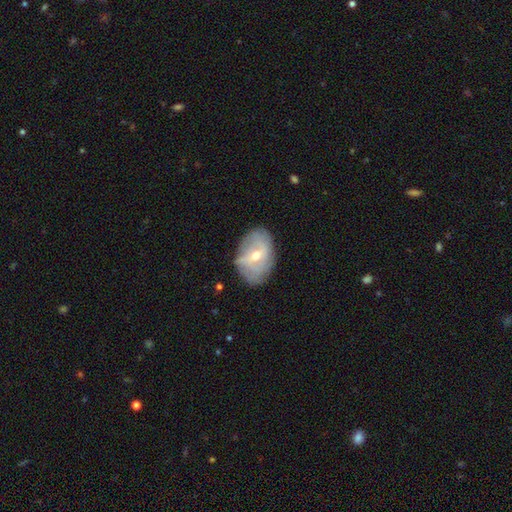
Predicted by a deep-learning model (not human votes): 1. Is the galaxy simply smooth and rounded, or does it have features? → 62% featured or disk, 30% smooth, 8% star or artifact.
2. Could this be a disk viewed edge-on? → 93% no, 7% yes.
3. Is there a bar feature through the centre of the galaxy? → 49% weak, 31% no, 21% strong.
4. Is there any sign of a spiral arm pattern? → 58% yes, 42% no.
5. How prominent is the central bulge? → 53% moderate, 43% small, 2% large, 1% none, 1% dominant.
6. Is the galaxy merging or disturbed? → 74% none, 19% minor disturbance, 6% major disturbance, 1% merger.